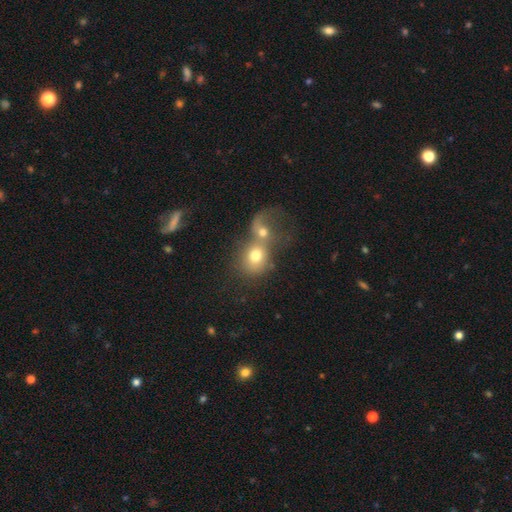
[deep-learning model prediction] Smooth or featured?
  - smooth: 65% *
  - featured or disk: 24%
  - star or artifact: 11%
How rounded?
  - round: 67% *
  - in between: 31%
  - cigar-shaped: 1%
Merging?
  - merger: 73% *
  - none: 14%
  - major disturbance: 8%
  - minor disturbance: 5%